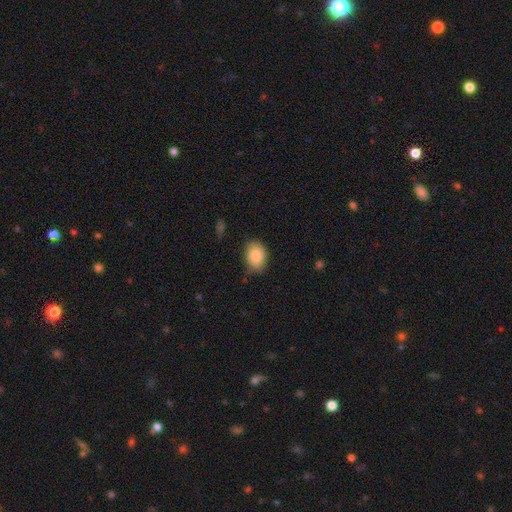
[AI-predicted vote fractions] The model was most divided on "how rounded": in between: 71%, round: 28%, cigar-shaped: 1%. More confident: smooth or featured — smooth (85%); merging — none (77%).